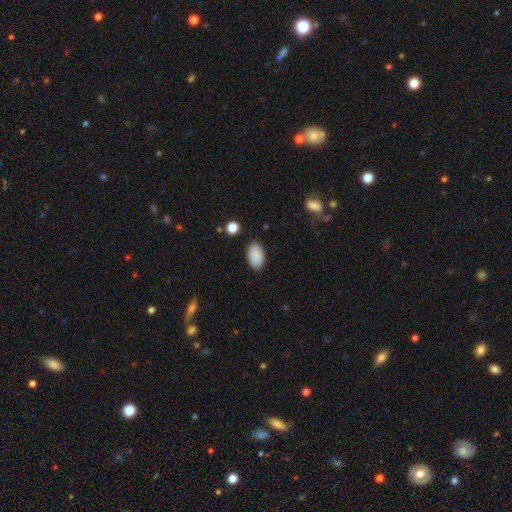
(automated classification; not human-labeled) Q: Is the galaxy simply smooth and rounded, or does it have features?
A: smooth — 89%.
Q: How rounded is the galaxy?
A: in between — 94%.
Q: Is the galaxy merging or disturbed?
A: none — 87%.